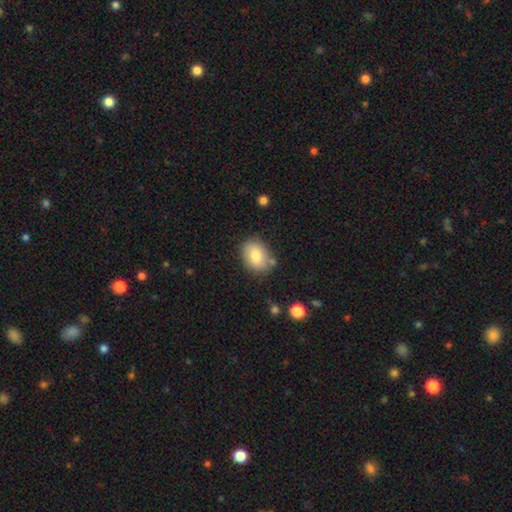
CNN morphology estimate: smooth 80%, featured or disk 12%, star or artifact 8%. Down the decision tree: how rounded — in between (72%); merging — none (77%).